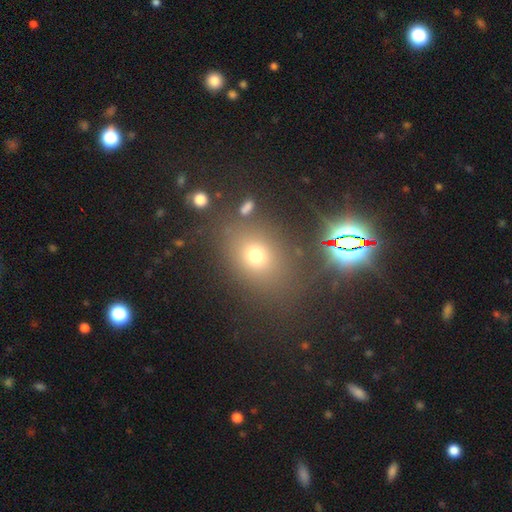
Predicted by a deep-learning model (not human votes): Smooth or featured: smooth — 66% (star or artifact — 23%)
How rounded: round — 50% (in between — 48%)
Merging: none — 76% (minor disturbance — 12%)